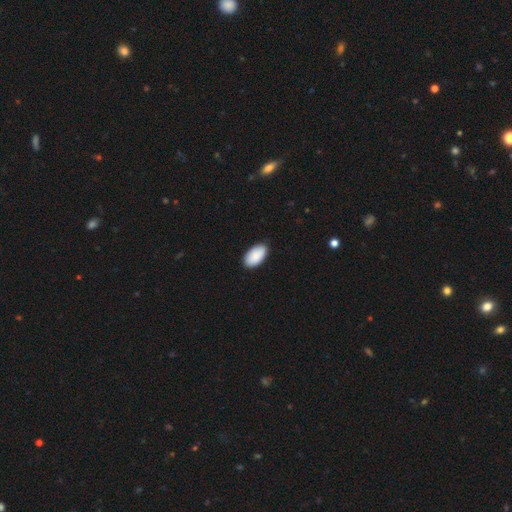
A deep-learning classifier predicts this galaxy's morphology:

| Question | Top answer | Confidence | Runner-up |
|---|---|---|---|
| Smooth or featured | smooth | 91% | star or artifact (6%) |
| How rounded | in between | 96% | round (3%) |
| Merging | none | 87% | minor disturbance (10%) |